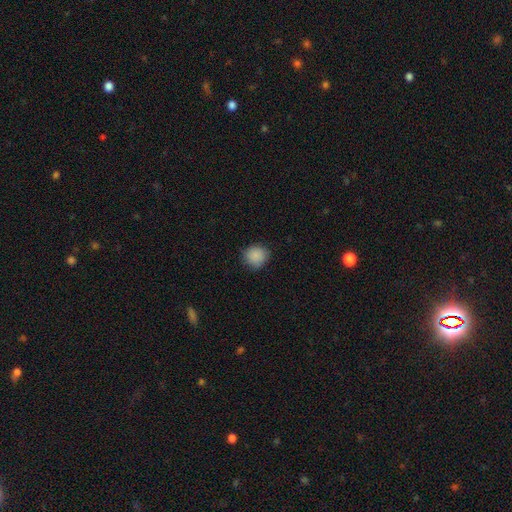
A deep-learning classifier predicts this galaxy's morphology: A smooth galaxy with no disk features (87%) that is round (87%).

Vote fractions:
- Smooth or featured? smooth: 87% / star or artifact: 9% / featured or disk: 4%
- How rounded? round: 87% / in between: 12% / cigar-shaped: 1%
- Merging? none: 83% / minor disturbance: 14% / major disturbance: 3% / merger: 1%